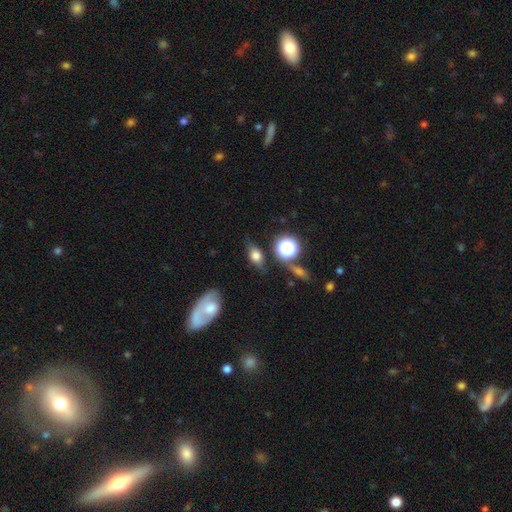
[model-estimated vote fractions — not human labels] Smooth or featured?
  - smooth: 68% *
  - featured or disk: 19%
  - star or artifact: 14%
How rounded?
  - in between: 75% *
  - round: 20%
  - cigar-shaped: 6%
Merging?
  - none: 69% *
  - minor disturbance: 20%
  - major disturbance: 6%
  - merger: 5%